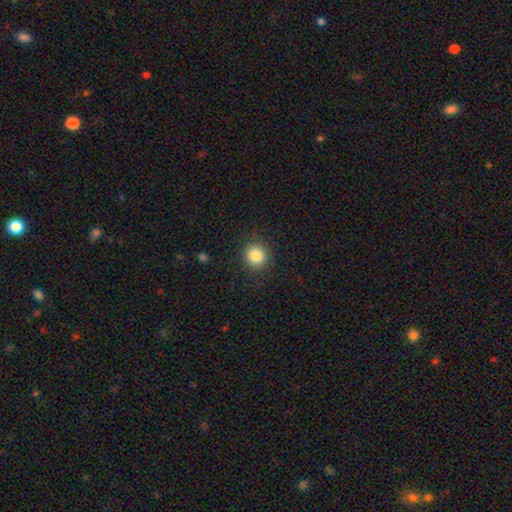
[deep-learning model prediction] Smooth or featured? Predicted: smooth (p=0.84). How rounded? Predicted: round (p=0.88). Merging? Predicted: none (p=0.89).